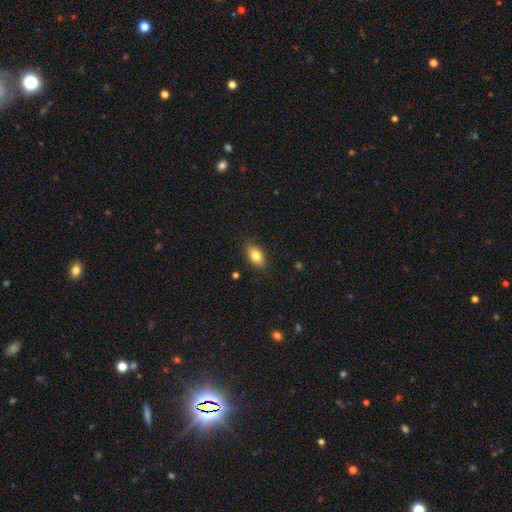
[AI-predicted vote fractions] Smooth or featured? smooth (80%)
How rounded? in between (87%)
Merging? none (85%)